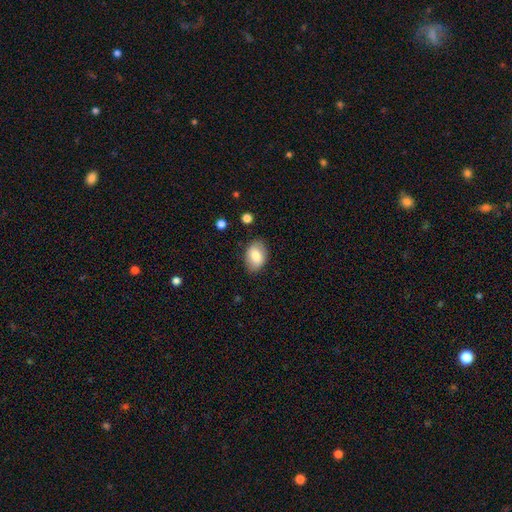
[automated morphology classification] This is likely a smooth galaxy (79%). How rounded: clearly in between (83%). Merging: clearly none (82%).